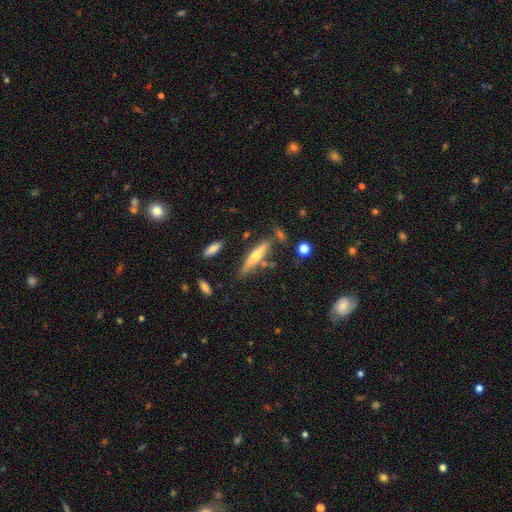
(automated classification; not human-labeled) Overall: featured or disk (52%; smooth 41%). Edge-on disk: yes (92%). Merging: none (71%).